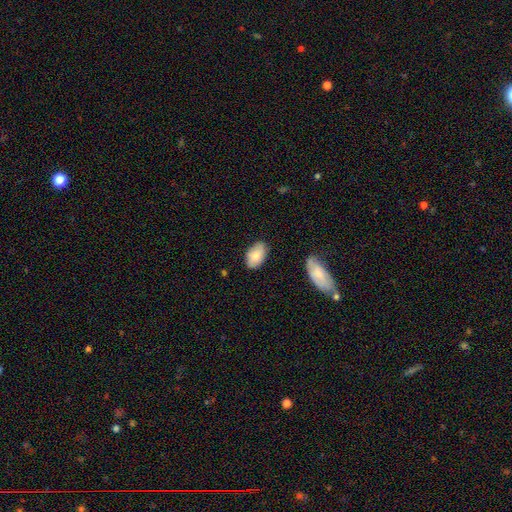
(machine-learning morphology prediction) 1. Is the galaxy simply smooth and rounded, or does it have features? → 79% smooth, 15% featured or disk, 6% star or artifact.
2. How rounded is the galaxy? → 94% in between, 5% round, 2% cigar-shaped.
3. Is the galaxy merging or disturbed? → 79% none, 16% minor disturbance, 2% major disturbance, 2% merger.